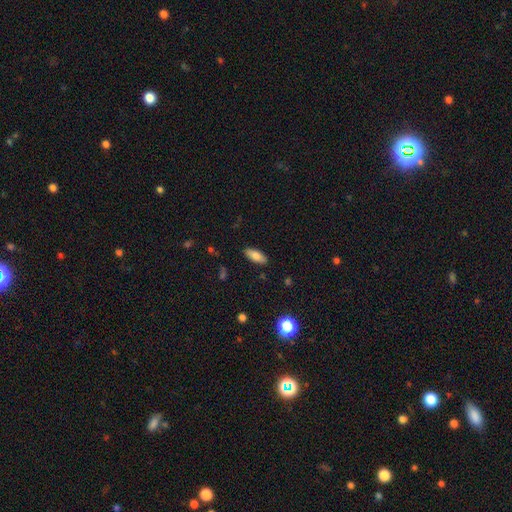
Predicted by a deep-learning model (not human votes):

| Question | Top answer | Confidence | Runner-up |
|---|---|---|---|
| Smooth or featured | smooth | 79% | featured or disk (14%) |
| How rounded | in between | 78% | cigar-shaped (20%) |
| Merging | none | 88% | minor disturbance (9%) |